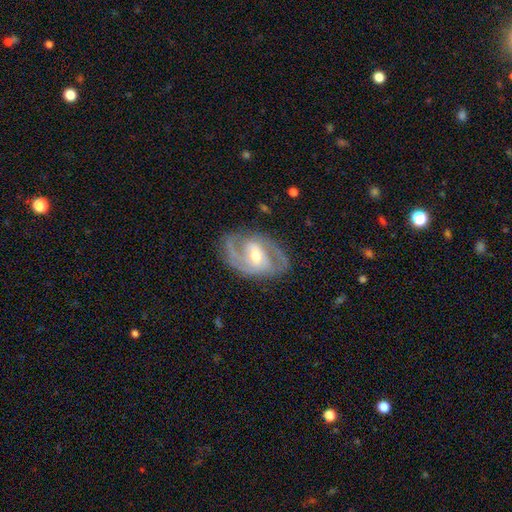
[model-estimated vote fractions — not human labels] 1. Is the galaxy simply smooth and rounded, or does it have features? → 87% featured or disk, 8% smooth, 5% star or artifact.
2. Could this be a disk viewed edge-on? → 96% no, 4% yes.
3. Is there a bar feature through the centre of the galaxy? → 46% weak, 31% no, 23% strong.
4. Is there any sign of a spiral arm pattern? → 94% yes, 6% no.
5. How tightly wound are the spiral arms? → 50% medium, 35% tight, 14% loose.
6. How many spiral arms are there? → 79% 2, 8% can't tell, 7% 3, 3% 1, 2% 4, 2% more than 4.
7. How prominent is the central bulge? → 63% moderate, 31% small, 4% large, 1% none, 1% dominant.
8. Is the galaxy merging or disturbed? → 77% none, 15% minor disturbance, 6% major disturbance, 1% merger.